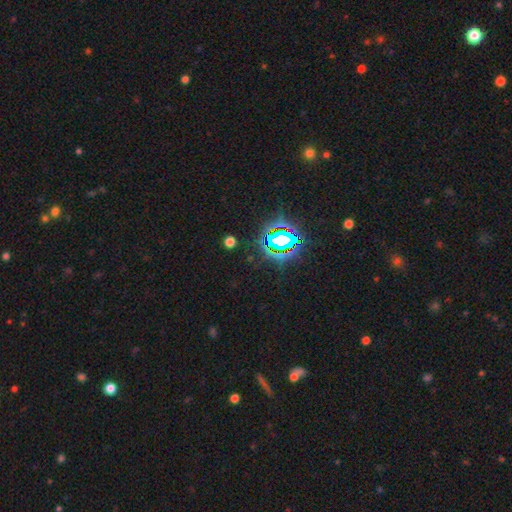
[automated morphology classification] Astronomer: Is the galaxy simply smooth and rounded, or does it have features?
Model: star or artifact — 82%.